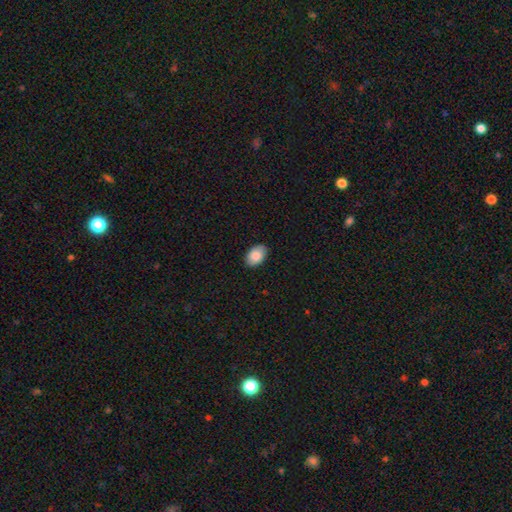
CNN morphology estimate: Overall: smooth (87%). How rounded: in between (88%). Merging: none (87%).